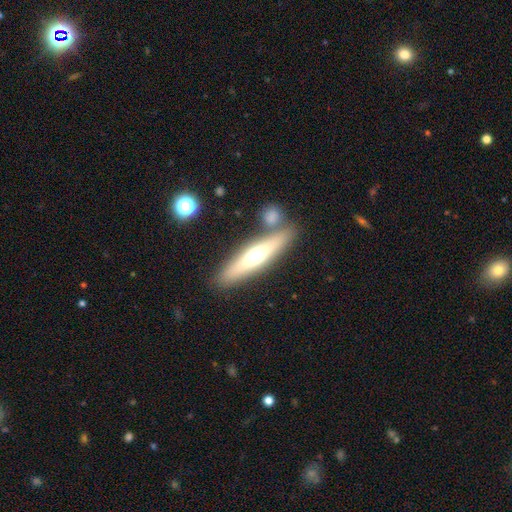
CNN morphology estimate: This is possibly a featured or disk galaxy (48%). Merging: likely none (75%).